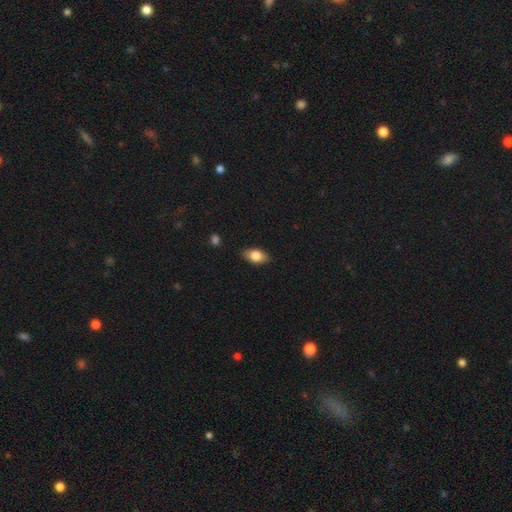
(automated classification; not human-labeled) Overall: smooth (79%). How rounded: in between (90%). Merging: none (86%).